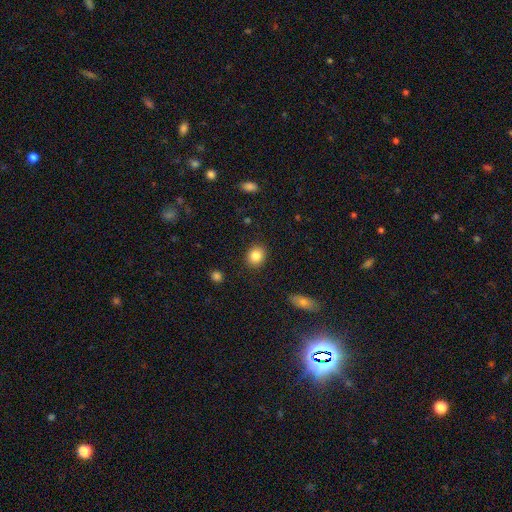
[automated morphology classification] This appears to be a smooth galaxy with no disk features (85%) that is round (71%). Merging: none (90%).